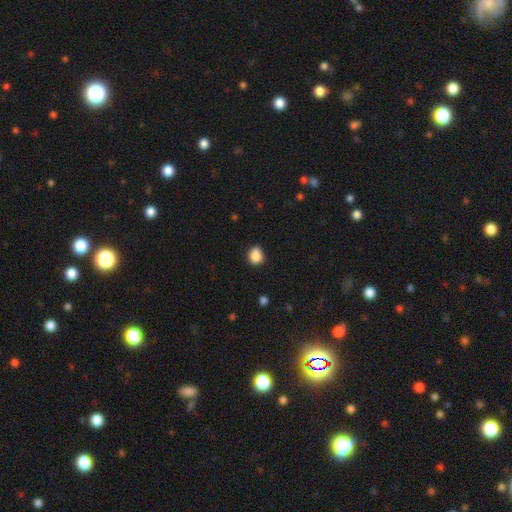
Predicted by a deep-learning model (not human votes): The model was most divided on "how rounded": round: 60%, in between: 39%, cigar-shaped: 1%. More confident: smooth or featured — smooth (88%); merging — none (84%).